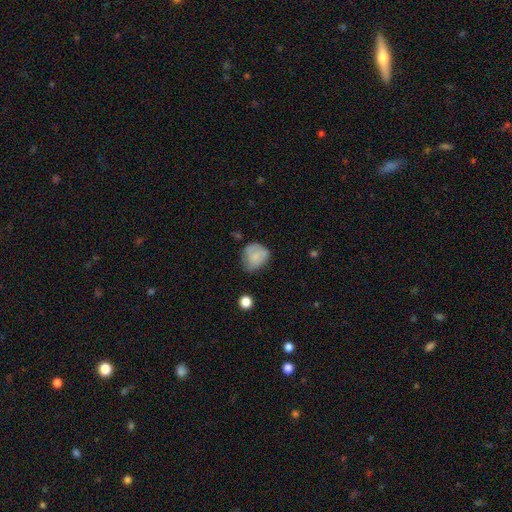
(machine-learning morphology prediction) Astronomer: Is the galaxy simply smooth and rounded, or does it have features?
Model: smooth — 72%.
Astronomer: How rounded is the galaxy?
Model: round — 69%.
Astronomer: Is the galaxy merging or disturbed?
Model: none — 48% (runner-up: minor disturbance, 36%).